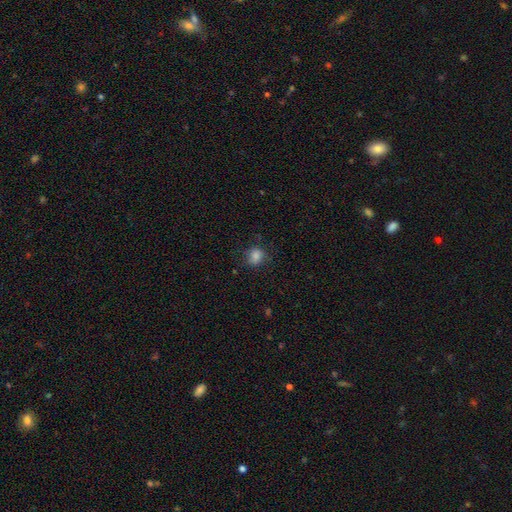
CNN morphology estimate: smooth_or_featured: smooth (p=0.82) [alt: star or artifact p=0.12]
how_rounded: round (p=0.69) [alt: in between p=0.29]
merging: none (p=0.72) [alt: minor disturbance p=0.20]